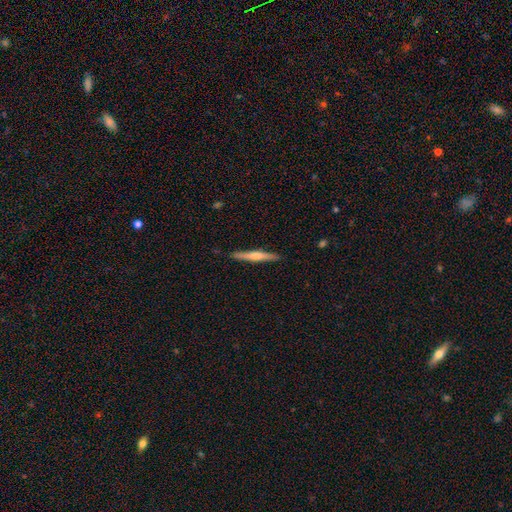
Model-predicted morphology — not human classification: Smooth or featured?
  - featured or disk: 53% *
  - smooth: 42%
  - star or artifact: 5%
Edge-on disk?
  - yes: 97% *
  - no: 3%
Edge-on bulge?
  - rounded: 68% *
  - none: 21%
  - boxy: 11%
Merging?
  - none: 90% *
  - minor disturbance: 8%
  - major disturbance: 1%
  - merger: 1%